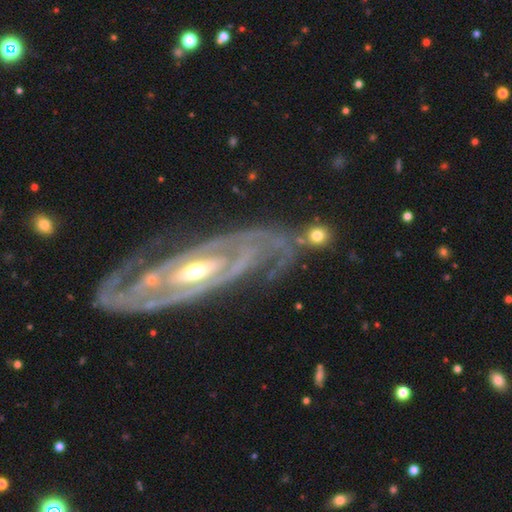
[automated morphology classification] Smooth or featured: featured or disk — 87% (smooth — 8%)
Edge-on disk: no — 89% (yes — 11%)
Bar: no — 43% (weak — 31%)
Spiral arms: yes — 89% (no — 11%)
Spiral winding: tight — 59% (medium — 31%)
Spiral arm count: 2 — 52% (can't tell — 22%)
Bulge size: moderate — 60% (small — 29%)
Merging: none — 67% (minor disturbance — 18%)